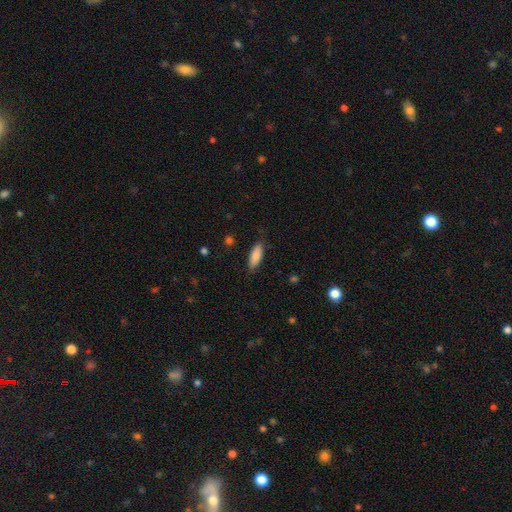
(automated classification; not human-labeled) This is clearly a smooth galaxy (85%). How rounded: likely in between (67%). Merging: clearly none (81%).